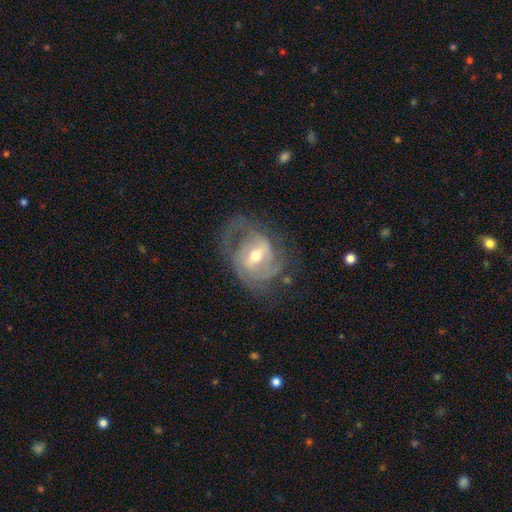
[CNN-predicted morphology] Smooth or featured? Predicted: featured or disk (p=0.85). Edge-on disk? Predicted: no (p=0.97). Bar? Predicted: weak (p=0.50). Spiral arms? Predicted: yes (p=0.90). Spiral winding? Predicted: medium (p=0.43). Spiral arm count? Predicted: 2 (p=0.49). Bulge size? Predicted: moderate (p=0.66). Merging? Predicted: none (p=0.59).